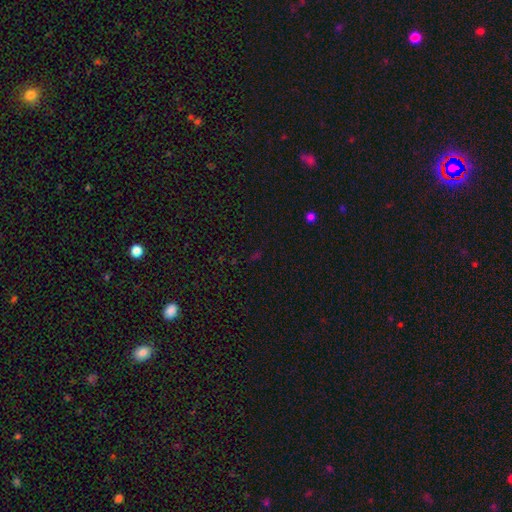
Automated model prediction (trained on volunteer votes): This is likely a star or artifact rather than a galaxy (63%).